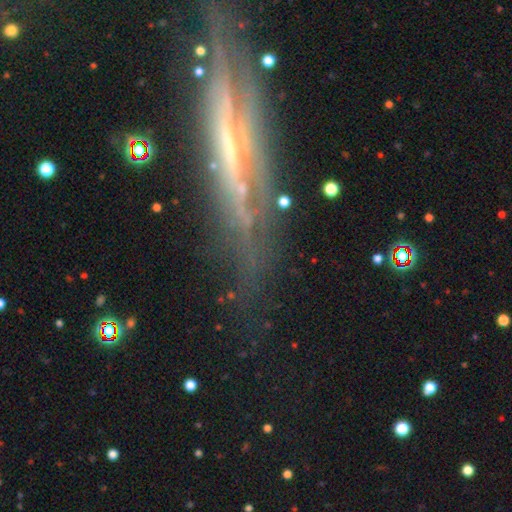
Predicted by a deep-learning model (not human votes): featured or disk 65%, smooth 18%, star or artifact 17%. Down the decision tree: edge-on disk — yes (78%); edge-on bulge — none (53%); merging — none (66%).